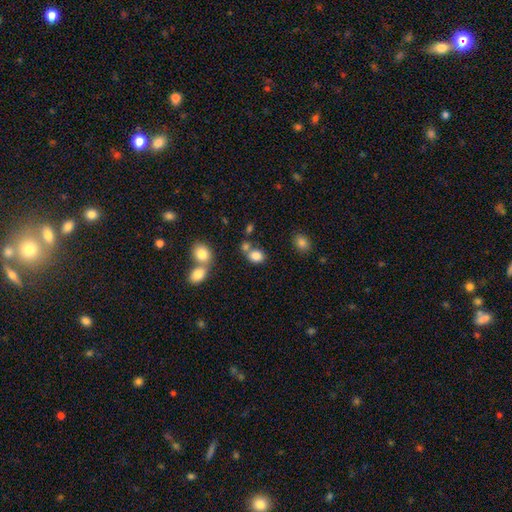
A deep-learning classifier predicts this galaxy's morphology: smooth 83%, star or artifact 11%, featured or disk 6%. Down the decision tree: how rounded — in between (58%); merging — none (53%).